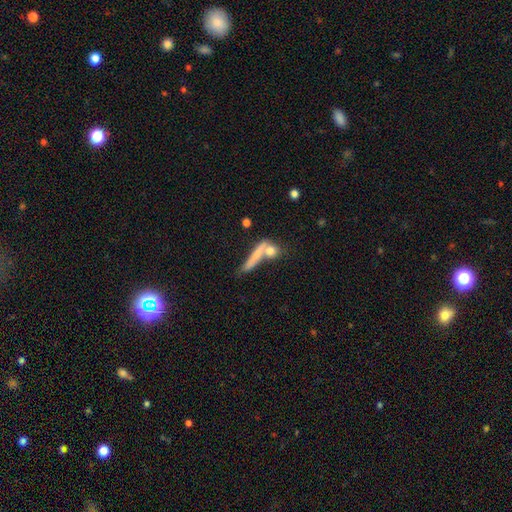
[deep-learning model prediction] Q: Smooth or featured?
A: smooth (66%); runner-up: featured or disk (25%)
Q: How rounded?
A: cigar-shaped (74%); runner-up: in between (15%)
Q: Merging?
A: none (49%); runner-up: merger (29%)